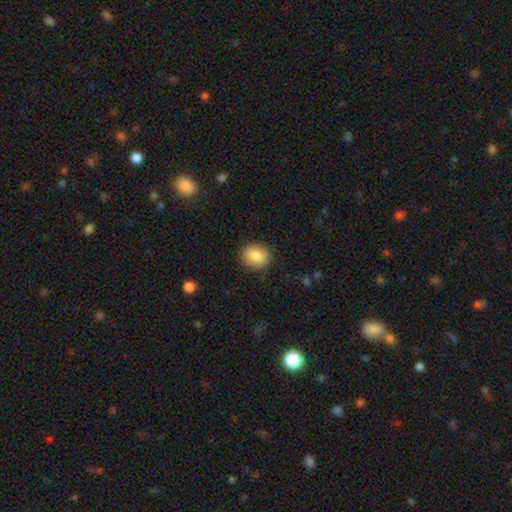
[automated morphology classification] Q: Smooth or featured?
A: smooth (85%); runner-up: star or artifact (8%)
Q: How rounded?
A: round (62%); runner-up: in between (37%)
Q: Merging?
A: none (86%); runner-up: minor disturbance (10%)